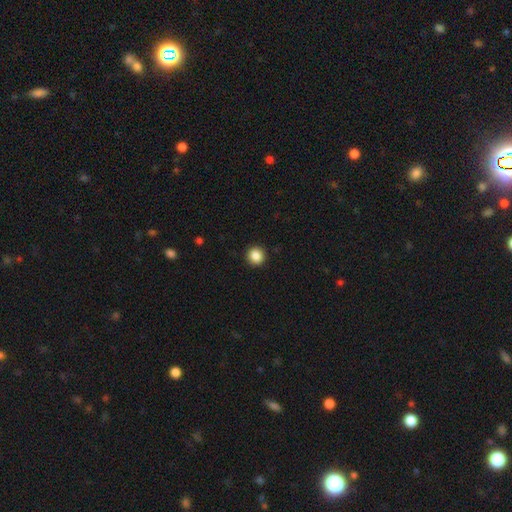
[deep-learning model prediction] smooth 87%, star or artifact 9%, featured or disk 3%. Down the decision tree: how rounded — round (93%); merging — none (93%).